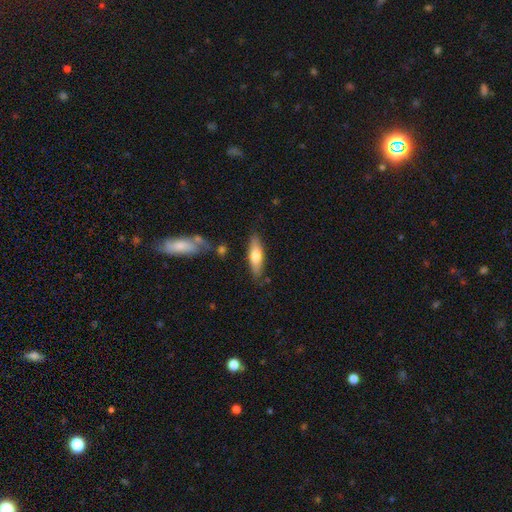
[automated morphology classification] Overall: smooth (63%; featured or disk 32%). How rounded: cigar-shaped (55%; in between 43%). Merging: none (80%).